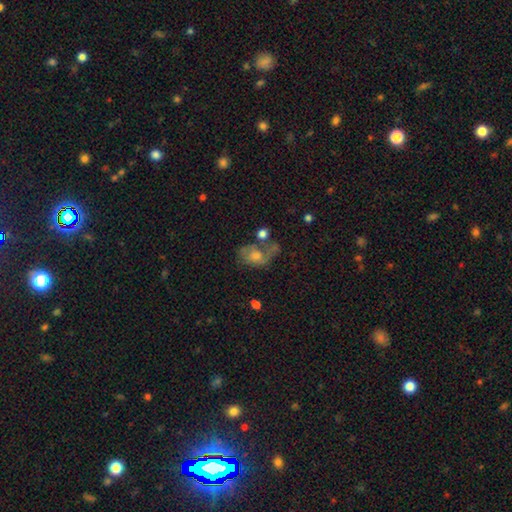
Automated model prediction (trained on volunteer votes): featured or disk 45%, smooth 39%, star or artifact 15%. Down the decision tree: merging — none (36%).